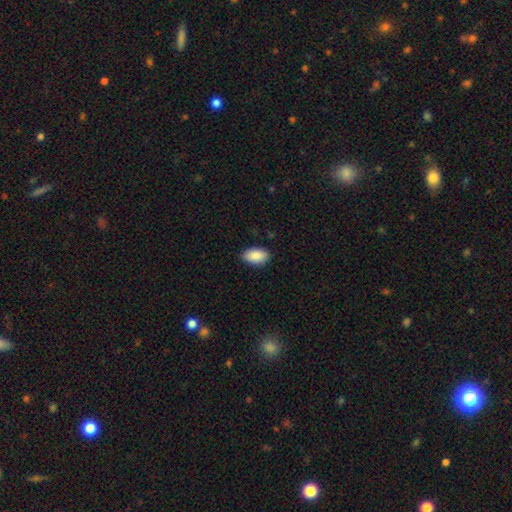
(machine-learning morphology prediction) This appears to be a smooth galaxy with no disk features (90%) that is in between round and cigar-shaped (94%). Merging: none (87%).